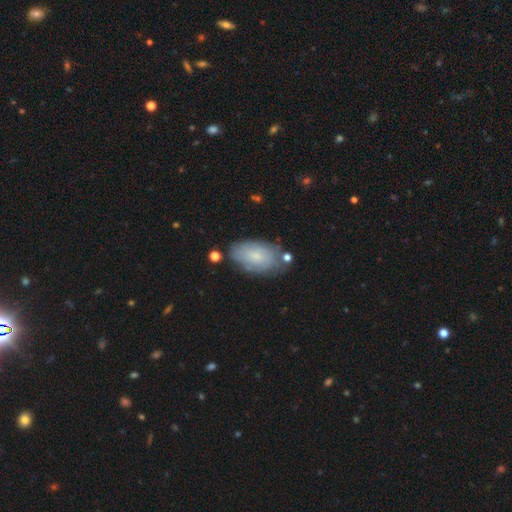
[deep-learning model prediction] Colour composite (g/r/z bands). It shows a smooth galaxy with no disk features (60%) that is in between round and cigar-shaped (93%). Merging: none (72%).